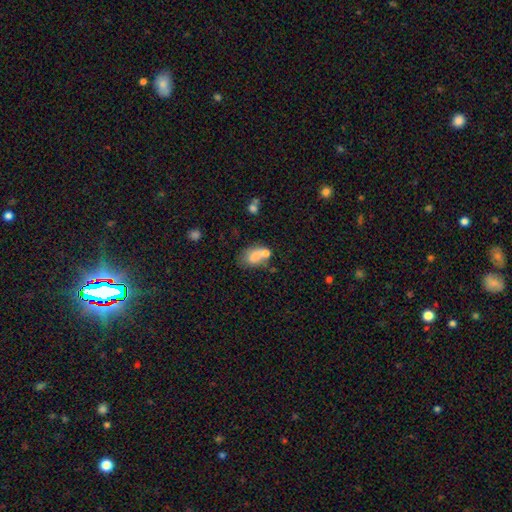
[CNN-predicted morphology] The model was most divided on "merging": none: 33%, merger: 31%, minor disturbance: 21%, major disturbance: 14%. More confident: how rounded — in between (84%); smooth or featured — smooth (73%).